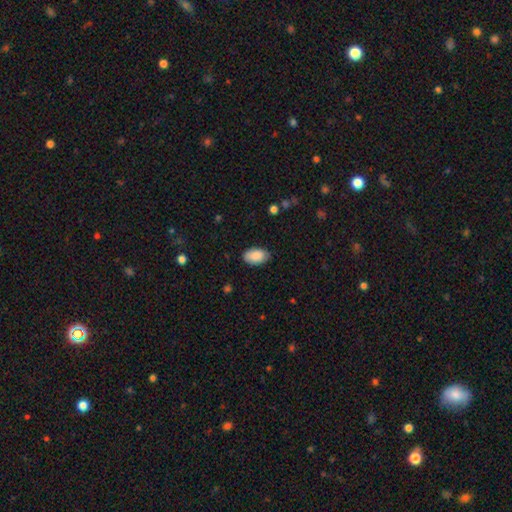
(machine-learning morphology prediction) Q: Smooth or featured?
A: smooth (89%); runner-up: star or artifact (6%)
Q: How rounded?
A: in between (94%); runner-up: round (4%)
Q: Merging?
A: none (85%); runner-up: minor disturbance (12%)